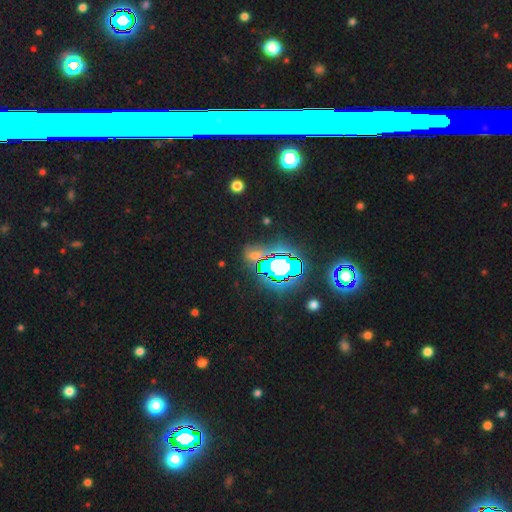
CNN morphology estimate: Smooth or featured? Predicted: star or artifact (p=0.64).